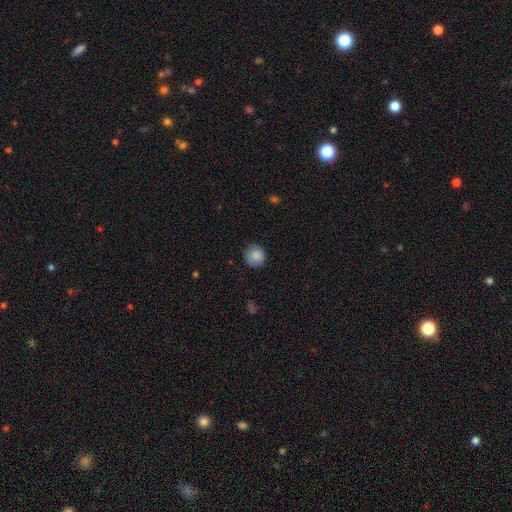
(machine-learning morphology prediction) smooth_or_featured: smooth (p=0.87) [alt: star or artifact p=0.08]
how_rounded: round (p=0.92) [alt: in between p=0.07]
merging: none (p=0.86) [alt: minor disturbance p=0.11]